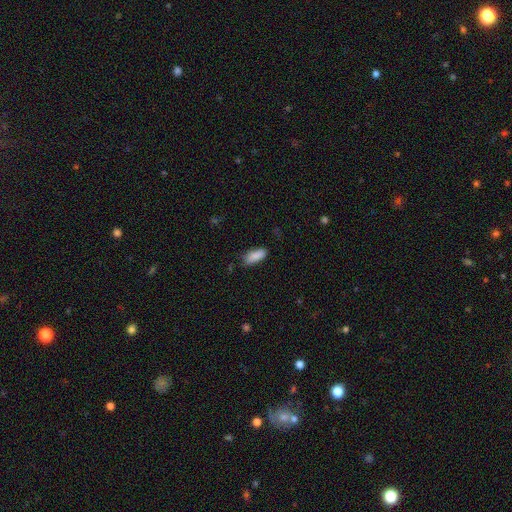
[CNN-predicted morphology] smooth 88%, star or artifact 7%, featured or disk 5%. Down the decision tree: how rounded — in between (79%); merging — none (72%).